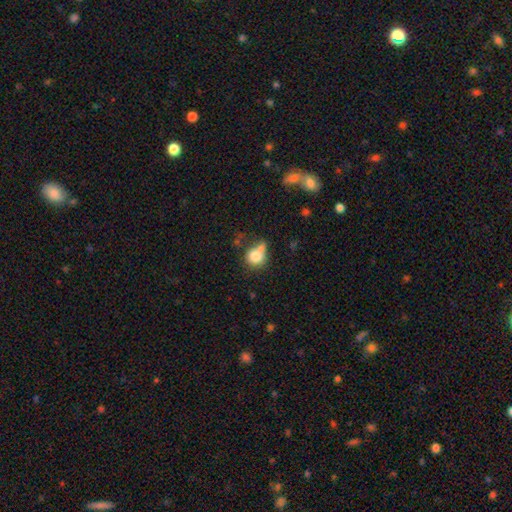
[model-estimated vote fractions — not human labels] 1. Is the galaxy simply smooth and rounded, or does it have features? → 78% smooth, 11% featured or disk, 10% star or artifact.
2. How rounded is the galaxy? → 78% round, 21% in between, 1% cigar-shaped.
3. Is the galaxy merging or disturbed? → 41% none, 30% merger, 18% minor disturbance, 11% major disturbance.